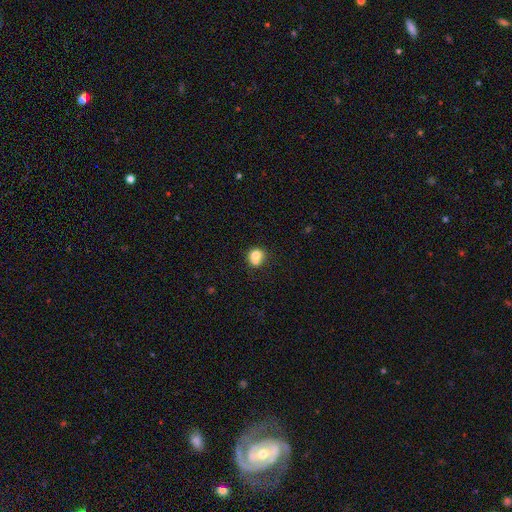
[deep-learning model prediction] smooth 74%, featured or disk 16%, star or artifact 10%. Down the decision tree: how rounded — round (79%); merging — merger (42%).